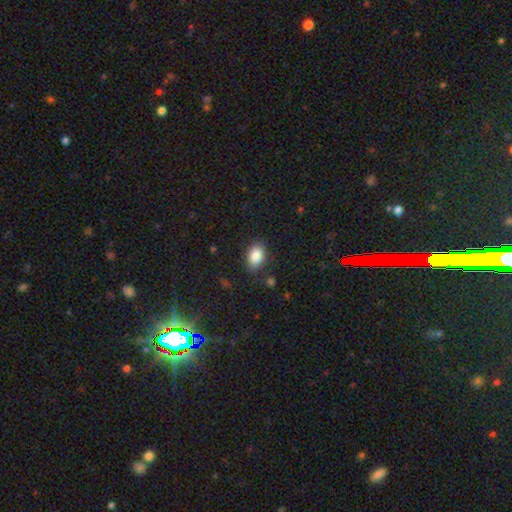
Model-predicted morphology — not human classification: type=smooth (86%); roundness=in between (87%); merging=none (83%).